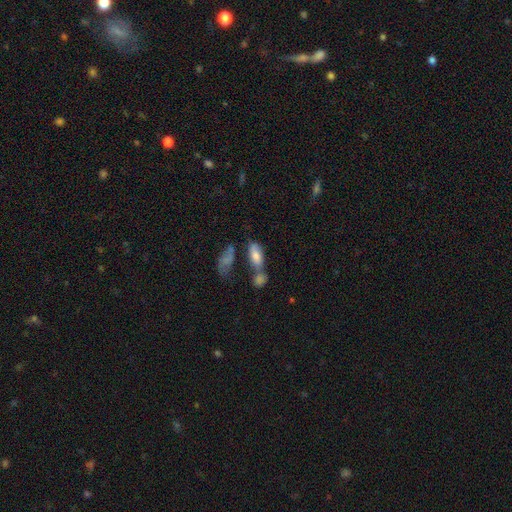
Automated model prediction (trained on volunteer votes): smooth_or_featured: smooth (p=0.72) [alt: featured or disk p=0.19]
how_rounded: in between (p=0.83) [alt: cigar-shaped p=0.13]
merging: merger (p=0.38) [tied with: none p=0.38]